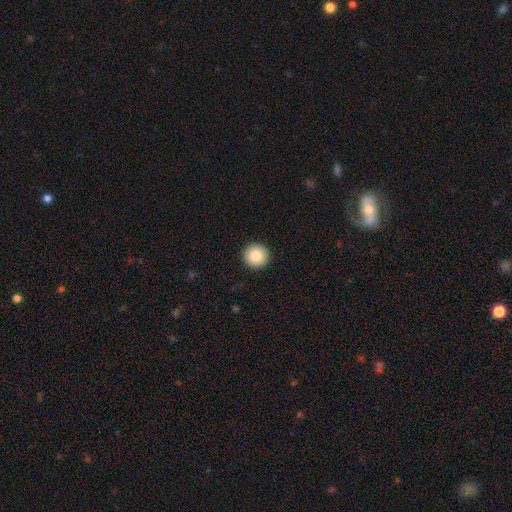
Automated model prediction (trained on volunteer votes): Overall: smooth (84%). How rounded: round (96%). Merging: none (93%).